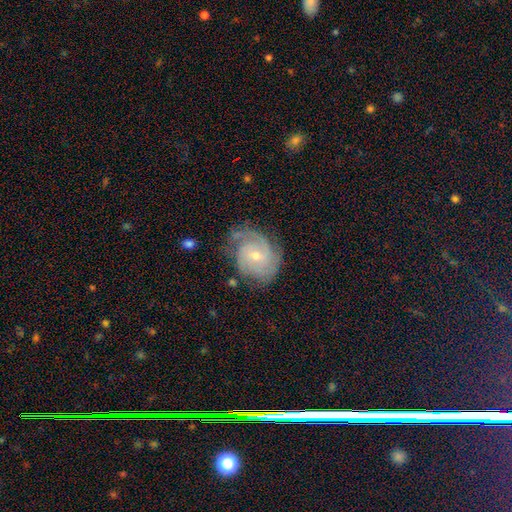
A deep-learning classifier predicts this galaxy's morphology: smooth-or-featured: featured or disk: 82% | smooth: 12% | star or artifact: 6%
  disk-edge-on: no: 98% | yes: 2%
    bar: no: 50% | weak: 43% | strong: 7%
    has-spiral-arms: yes: 95% | no: 5%
      spiral-winding: tight: 59% | medium: 33% | loose: 9%
      spiral-arm-count: 2: 35% | can't tell: 25% | 3: 22% | 1: 8% | 4: 6% | more than 4: 4%
    bulge-size: small: 59% | moderate: 38% | large: 1% | none: 1% | dominant: 1%
  merging: none: 62% | minor disturbance: 24% | major disturbance: 11% | merger: 2%